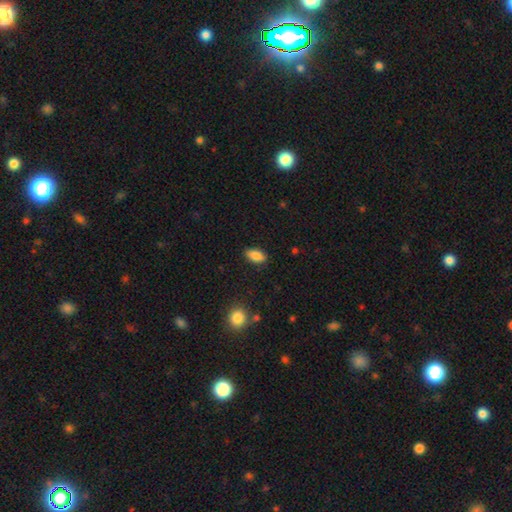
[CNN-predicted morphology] smooth 86%, star or artifact 8%, featured or disk 6%. Down the decision tree: how rounded — in between (91%); merging — none (87%).